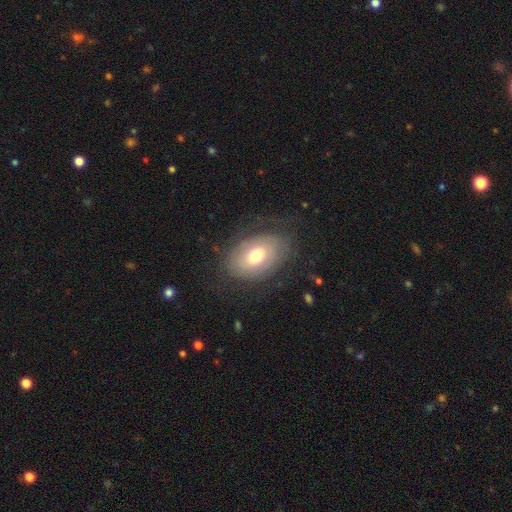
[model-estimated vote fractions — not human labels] Morphology: type=smooth (47%); merging=none (70%).